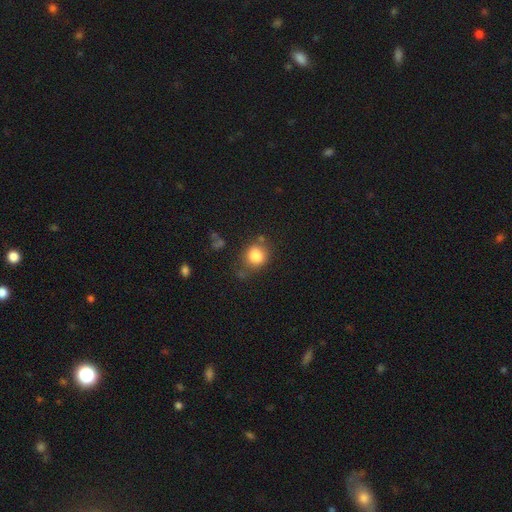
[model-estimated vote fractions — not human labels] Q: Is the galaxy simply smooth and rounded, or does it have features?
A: smooth — 83%.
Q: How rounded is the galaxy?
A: round — 71%.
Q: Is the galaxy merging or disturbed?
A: none — 65%.